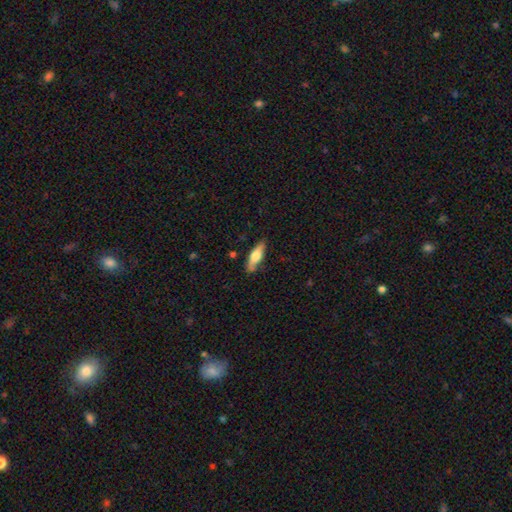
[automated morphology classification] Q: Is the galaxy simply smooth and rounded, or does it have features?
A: smooth — 66%.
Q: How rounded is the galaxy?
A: in between — 50%.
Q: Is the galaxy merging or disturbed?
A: none — 78%.